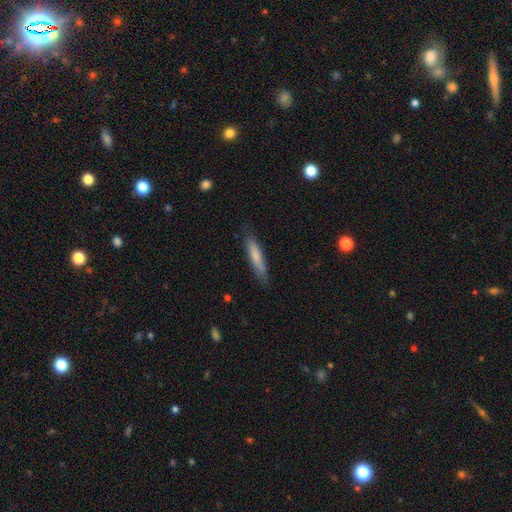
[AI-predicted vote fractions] Overall: smooth (71%). How rounded: cigar-shaped (88%). Merging: none (80%).